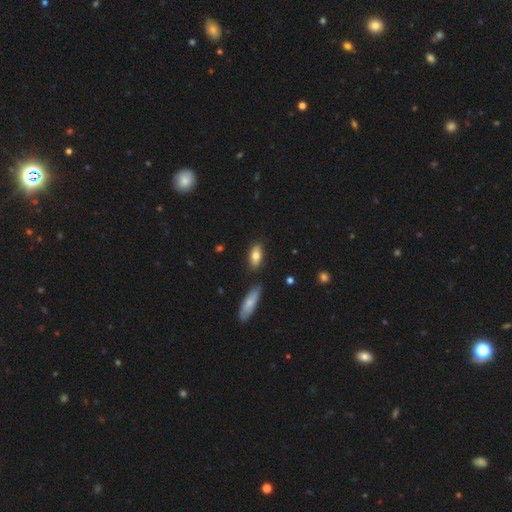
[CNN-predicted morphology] This is likely a smooth galaxy (77%). How rounded: clearly in between (86%). Merging: clearly none (80%).